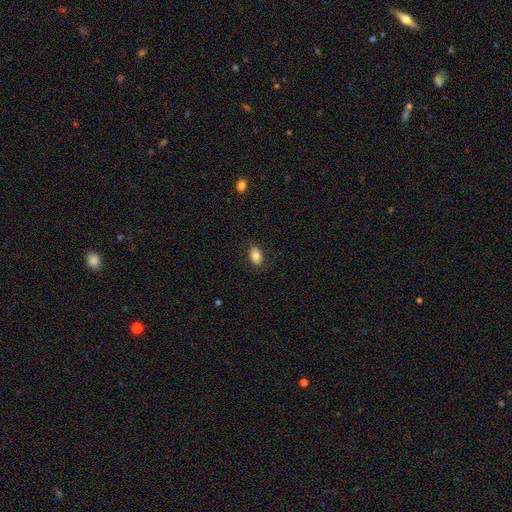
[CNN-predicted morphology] Smooth or featured? smooth (81%)
How rounded? in between (87%)
Merging? none (83%)